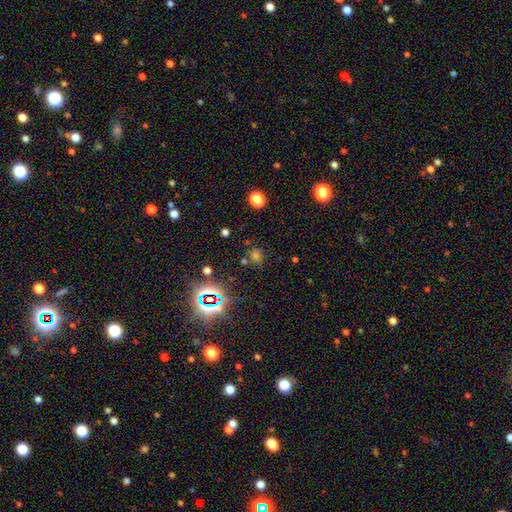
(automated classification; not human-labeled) star or artifact 55%, smooth 37%, featured or disk 8%.